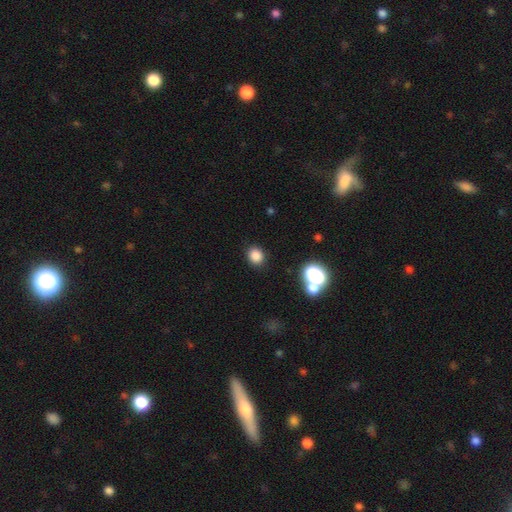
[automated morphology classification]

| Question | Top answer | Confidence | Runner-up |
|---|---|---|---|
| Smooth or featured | smooth | 83% | star or artifact (13%) |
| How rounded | round | 67% | in between (31%) |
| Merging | none | 87% | minor disturbance (8%) |